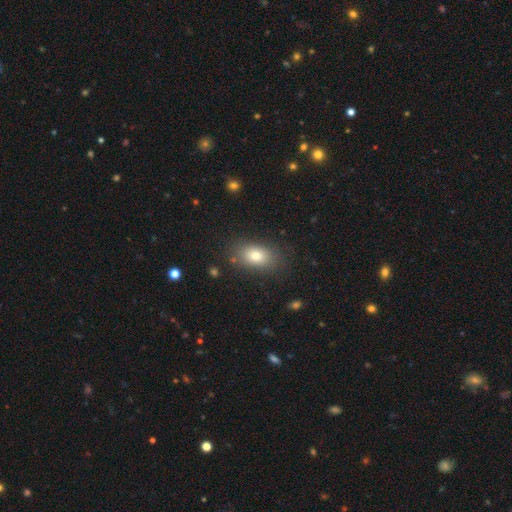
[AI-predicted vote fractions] A smooth galaxy with no disk features (78%) that is in between round and cigar-shaped (83%). Merging: none (83%).